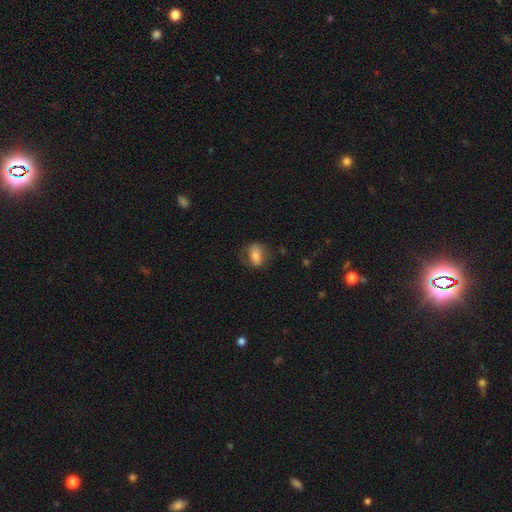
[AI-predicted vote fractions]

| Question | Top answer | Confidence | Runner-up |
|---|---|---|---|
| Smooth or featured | smooth | 69% | featured or disk (23%) |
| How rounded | in between | 76% | round (21%) |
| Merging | none | 66% | minor disturbance (21%) |